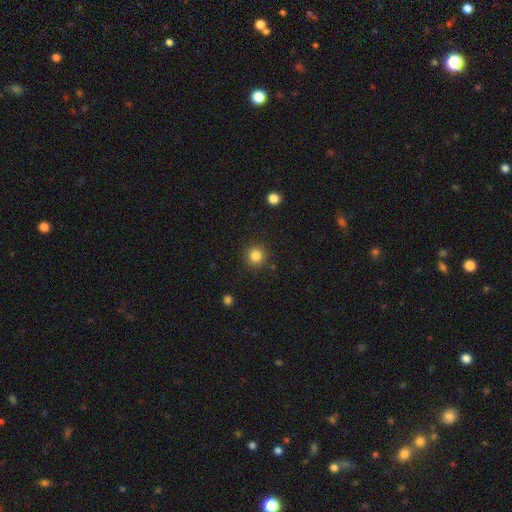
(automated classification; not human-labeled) smooth_or_featured: smooth (p=0.84) [alt: star or artifact p=0.11]
how_rounded: round (p=0.94) [alt: in between p=0.05]
merging: none (p=0.89) [alt: minor disturbance p=0.07]